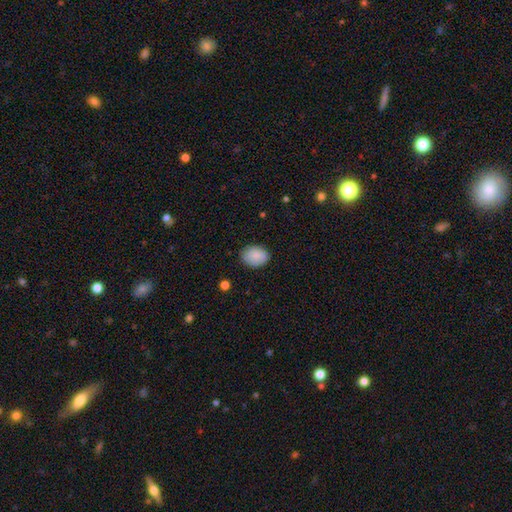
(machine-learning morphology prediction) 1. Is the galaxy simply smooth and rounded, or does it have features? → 84% smooth, 8% featured or disk, 7% star or artifact.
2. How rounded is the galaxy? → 65% in between, 34% round, 1% cigar-shaped.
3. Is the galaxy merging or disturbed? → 84% none, 13% minor disturbance, 2% major disturbance, 1% merger.